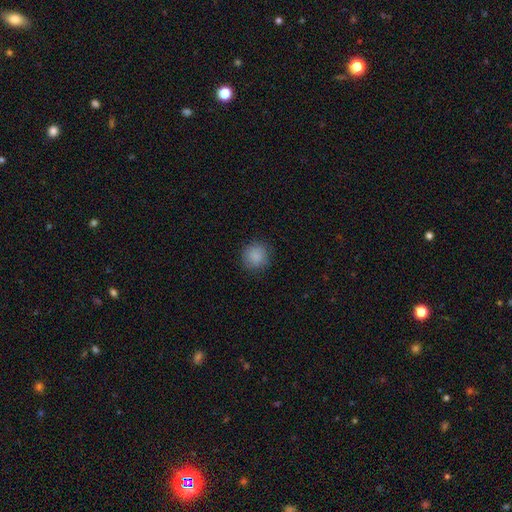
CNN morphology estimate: A smooth galaxy with no disk features (88%) that is round (93%).

Vote fractions:
- Smooth or featured? smooth: 88% / star or artifact: 9% / featured or disk: 3%
- How rounded? round: 93% / in between: 6% / cigar-shaped: 1%
- Merging? none: 88% / minor disturbance: 8% / major disturbance: 3% / merger: 1%